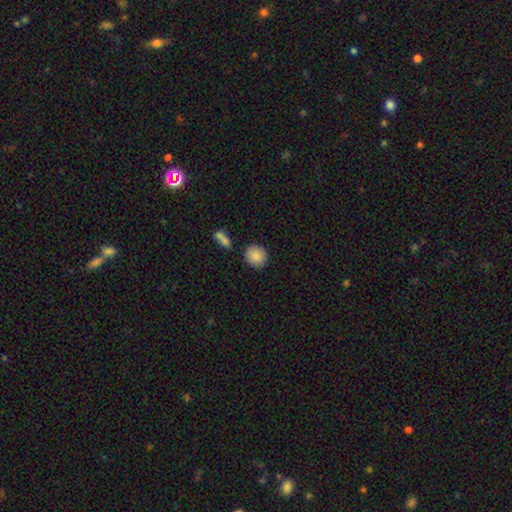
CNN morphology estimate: A smooth galaxy with no disk features (88%) that is round (83%).

Vote fractions:
- Smooth or featured? smooth: 88% / star or artifact: 8% / featured or disk: 5%
- How rounded? round: 83% / in between: 16% / cigar-shaped: 1%
- Merging? none: 84% / minor disturbance: 8% / merger: 5% / major disturbance: 2%